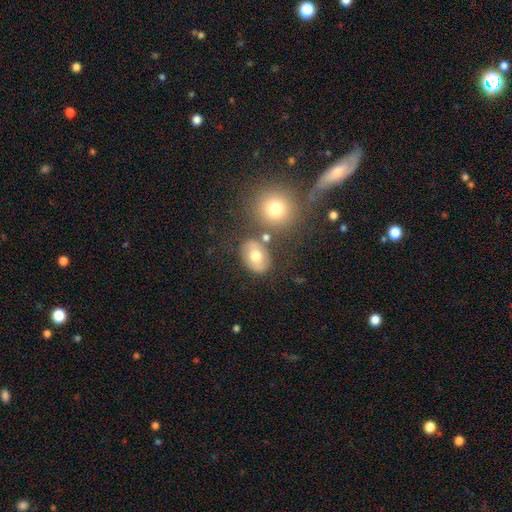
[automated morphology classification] type=smooth (64%); roundness=in between (63%); merging=none (69%).